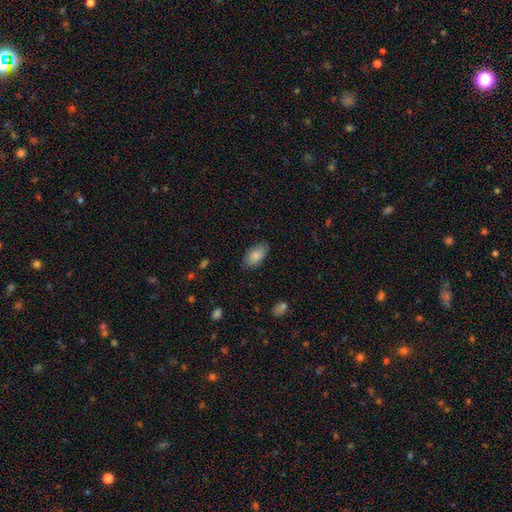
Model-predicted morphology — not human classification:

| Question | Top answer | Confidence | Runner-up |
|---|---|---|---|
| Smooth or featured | smooth | 85% | featured or disk (8%) |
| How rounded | in between | 94% | round (4%) |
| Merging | none | 83% | minor disturbance (13%) |